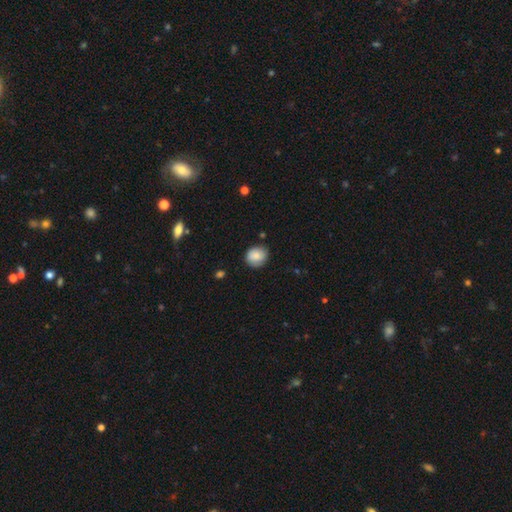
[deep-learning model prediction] Smooth or featured? Predicted: smooth (p=0.80). How rounded? Predicted: round (p=0.75). Merging? Predicted: none (p=0.76).